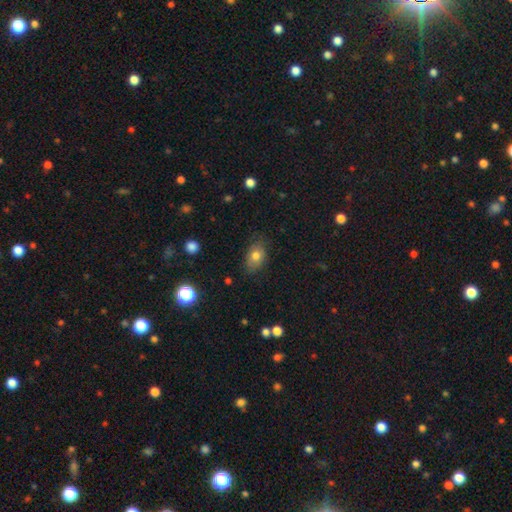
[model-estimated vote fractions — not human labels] The model was most divided on "merging": none: 75%, minor disturbance: 19%, major disturbance: 4%, merger: 1%. More confident: how rounded — in between (79%); smooth or featured — smooth (76%).